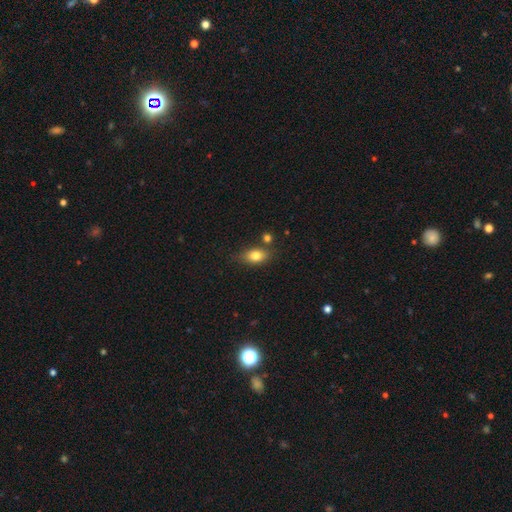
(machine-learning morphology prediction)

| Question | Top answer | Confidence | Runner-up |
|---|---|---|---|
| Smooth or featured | smooth | 78% | featured or disk (13%) |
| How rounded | in between | 80% | round (15%) |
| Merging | none | 70% | minor disturbance (17%) |